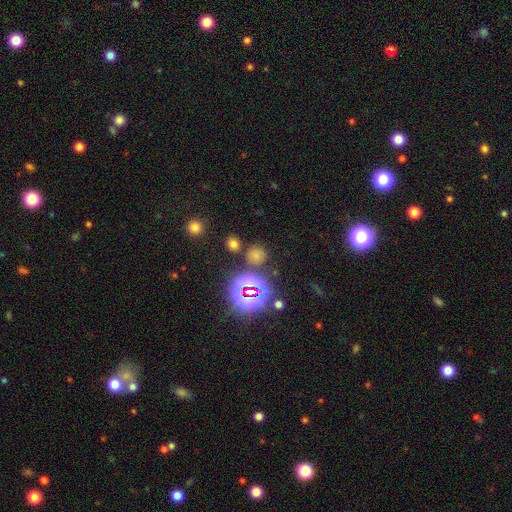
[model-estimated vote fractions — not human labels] Smooth or featured?
  - smooth: 57% *
  - star or artifact: 37%
  - featured or disk: 7%
How rounded?
  - round: 83% *
  - in between: 16%
  - cigar-shaped: 1%
Merging?
  - none: 78% *
  - minor disturbance: 10%
  - merger: 8%
  - major disturbance: 4%